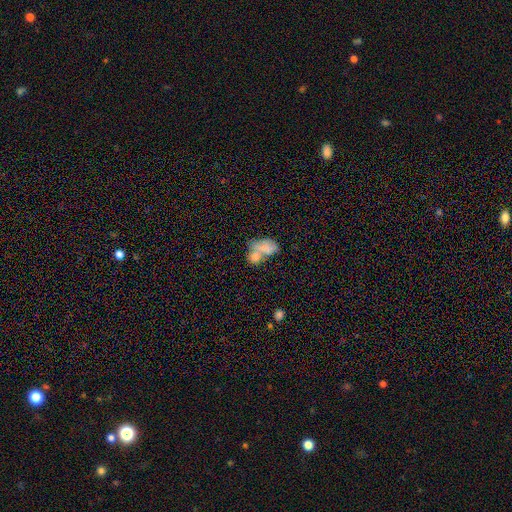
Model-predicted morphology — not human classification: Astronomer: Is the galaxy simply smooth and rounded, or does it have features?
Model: smooth — 71%.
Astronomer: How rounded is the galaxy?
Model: in between — 71%.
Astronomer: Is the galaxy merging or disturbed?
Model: merger — 56%.